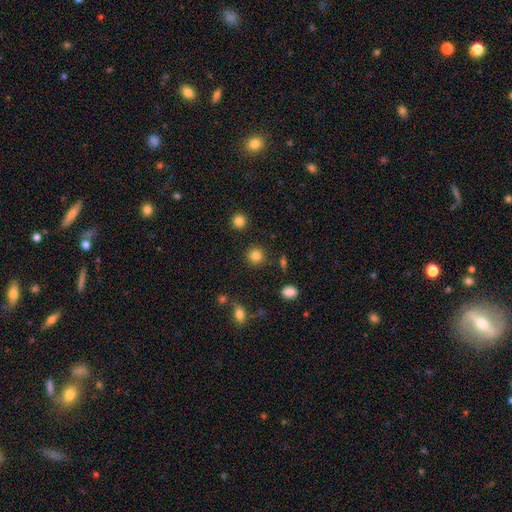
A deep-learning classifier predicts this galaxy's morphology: Smooth or featured? smooth (83%)
How rounded? round (93%)
Merging? none (90%)